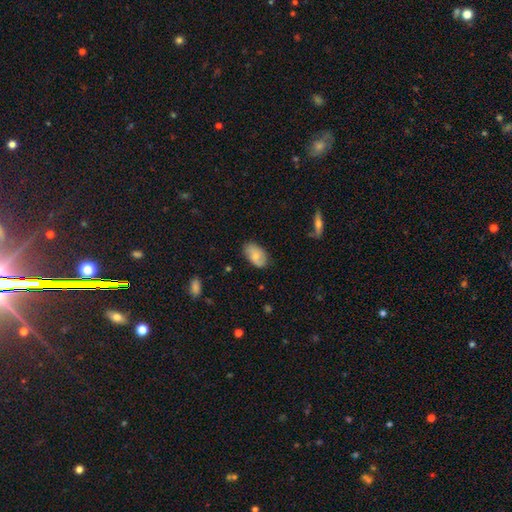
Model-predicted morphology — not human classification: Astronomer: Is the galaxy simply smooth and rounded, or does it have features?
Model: smooth — 65%.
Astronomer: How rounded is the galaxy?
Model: in between — 93%.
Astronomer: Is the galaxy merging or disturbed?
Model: none — 76%.